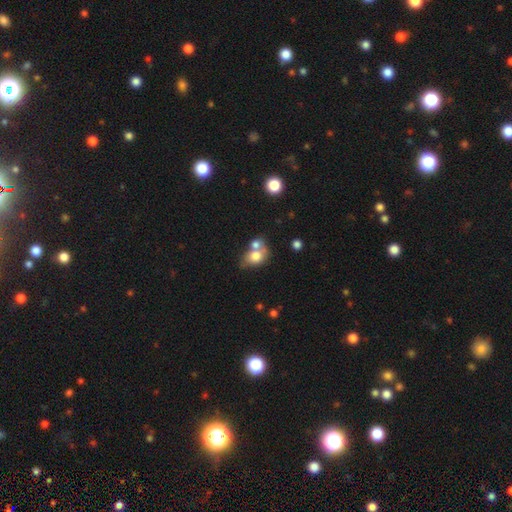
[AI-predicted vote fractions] Morphology: type=smooth (73%); roundness=in between (59%); merging=merger (53%).